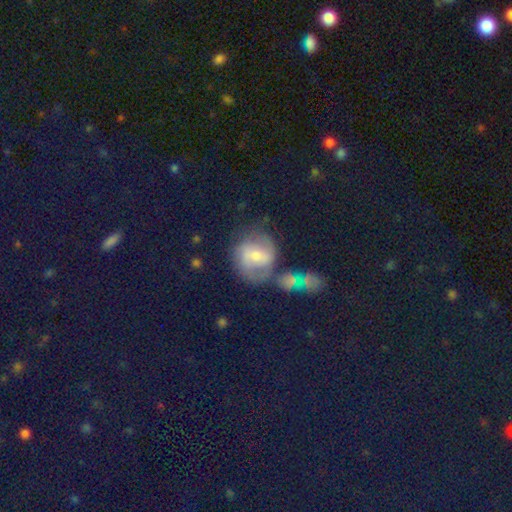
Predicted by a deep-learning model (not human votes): The model was most divided on "smooth or featured": featured or disk: 44%, smooth: 33%, star or artifact: 23%. More confident: merging — none (53%).